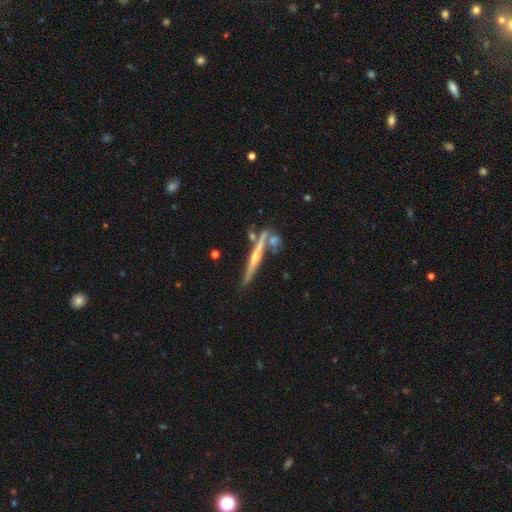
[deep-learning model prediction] featured or disk 75%, smooth 18%, star or artifact 7%. Down the decision tree: edge-on disk — yes (97%); edge-on bulge — rounded (75%); merging — none (73%).